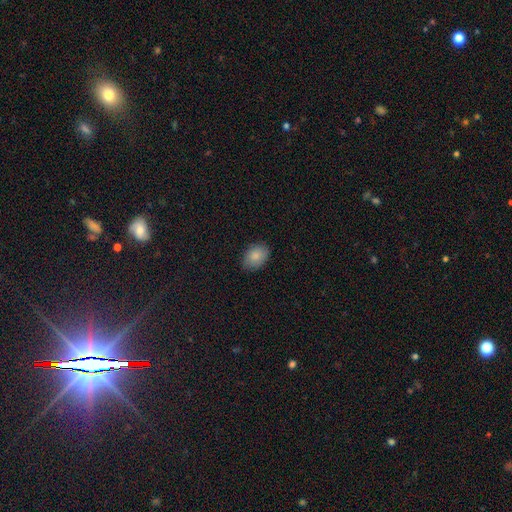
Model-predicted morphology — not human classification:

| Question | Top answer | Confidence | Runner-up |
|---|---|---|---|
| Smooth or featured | smooth | 87% | star or artifact (7%) |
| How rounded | in between | 76% | round (23%) |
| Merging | none | 85% | minor disturbance (12%) |